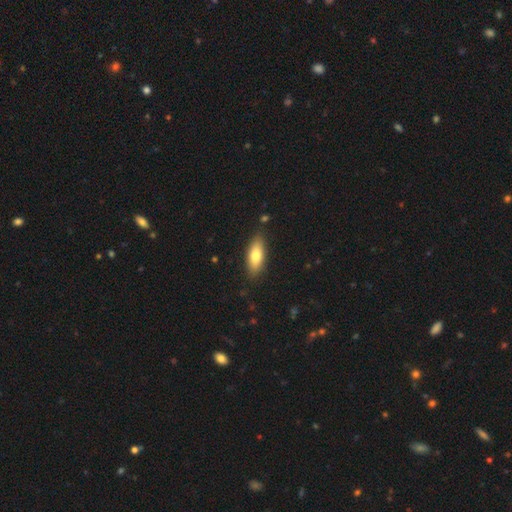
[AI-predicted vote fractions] Q: Smooth or featured?
A: smooth (76%); runner-up: featured or disk (18%)
Q: How rounded?
A: in between (74%); runner-up: cigar-shaped (24%)
Q: Merging?
A: none (86%); runner-up: minor disturbance (10%)